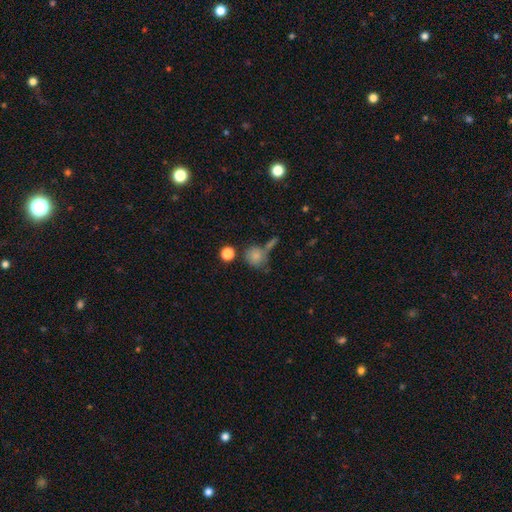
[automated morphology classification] Q: Smooth or featured?
A: smooth (79%); runner-up: star or artifact (12%)
Q: How rounded?
A: round (82%); runner-up: in between (17%)
Q: Merging?
A: none (54%); runner-up: merger (23%)